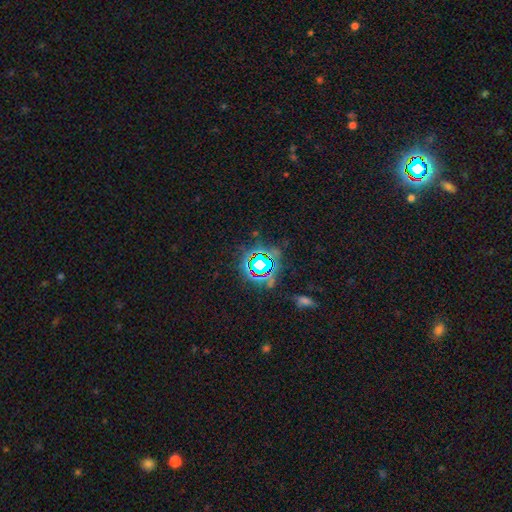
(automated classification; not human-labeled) Morphology: type=star or artifact (75%).